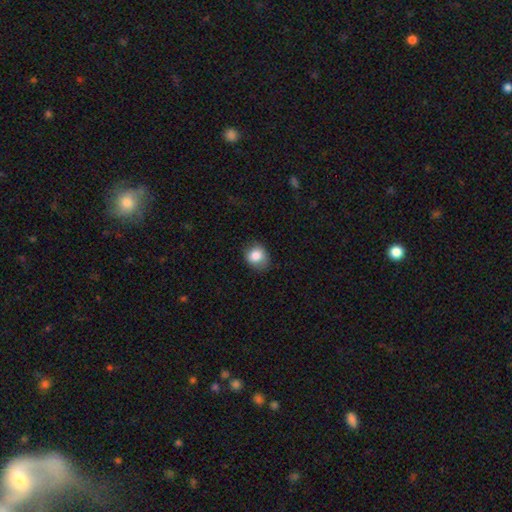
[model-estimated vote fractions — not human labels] This is clearly a smooth galaxy (83%). How rounded: likely round (65%). Merging: likely none (74%).